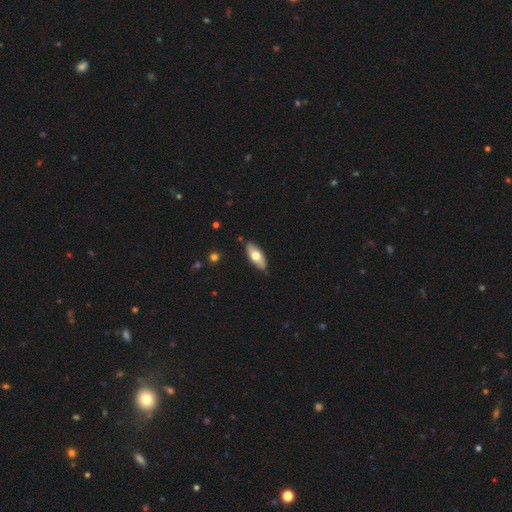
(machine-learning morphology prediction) Overall: smooth (61%; featured or disk 33%). How rounded: in between (78%). Merging: none (85%).